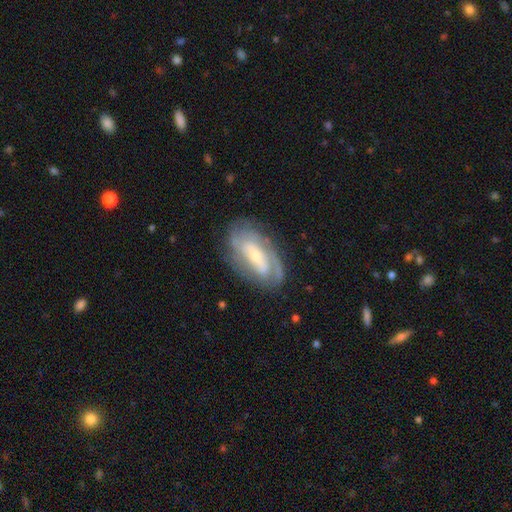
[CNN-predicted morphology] featured or disk 77%, smooth 17%, star or artifact 6%. Down the decision tree: edge-on disk — no (93%); bar — no (38%); spiral arms — yes (86%); spiral arm count — 2 (43%); spiral winding — tight (57%); bulge size — small (60%); merging — none (75%).